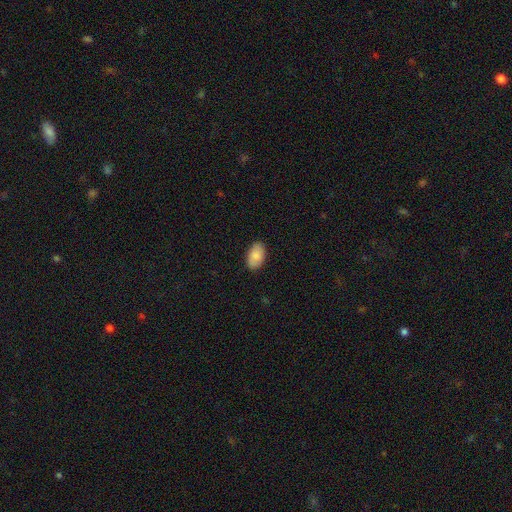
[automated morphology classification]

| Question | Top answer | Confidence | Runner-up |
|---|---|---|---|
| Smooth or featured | smooth | 86% | featured or disk (8%) |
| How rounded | in between | 94% | round (5%) |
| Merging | none | 87% | minor disturbance (10%) |